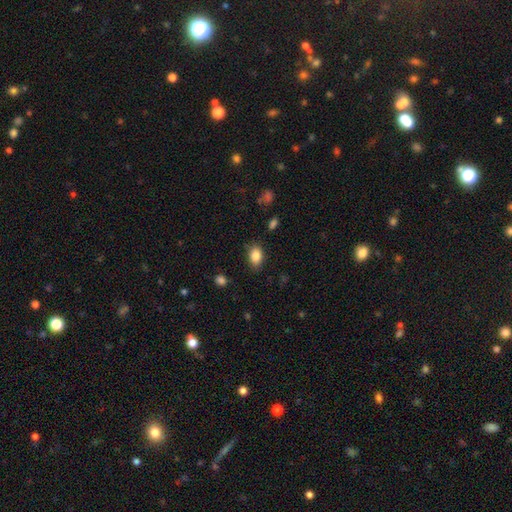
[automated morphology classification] A smooth galaxy with no disk features (86%) that is in between round and cigar-shaped (84%). Merging: none (82%).